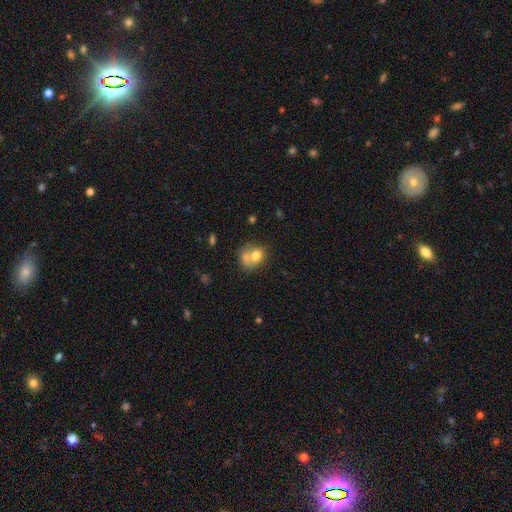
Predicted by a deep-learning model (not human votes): Smooth or featured? Predicted: smooth (p=0.71). How rounded? Predicted: round (p=0.64). Merging? Predicted: merger (p=0.54).